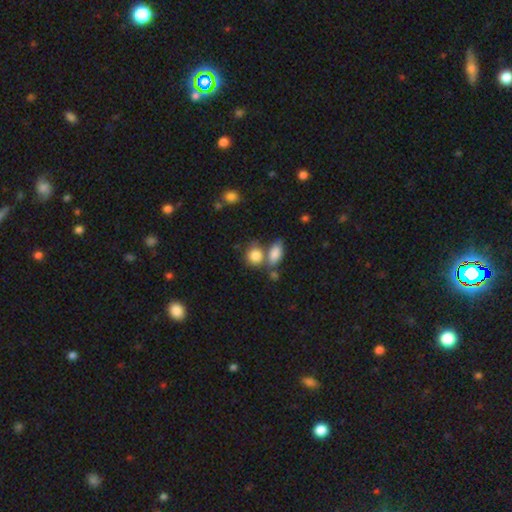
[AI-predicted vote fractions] smooth 84%, star or artifact 8%, featured or disk 8%. Down the decision tree: how rounded — round (59%); merging — none (47%).